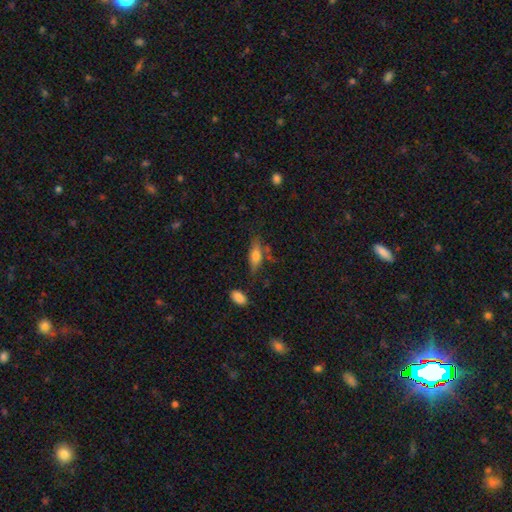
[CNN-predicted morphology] smooth 66%, featured or disk 26%, star or artifact 8%. Down the decision tree: how rounded — in between (60%); merging — none (65%).